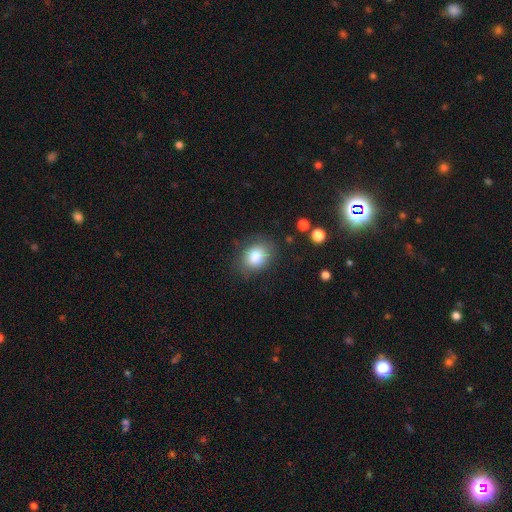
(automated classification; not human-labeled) A smooth galaxy with no disk features (81%) that is in between round and cigar-shaped (50%).

Vote fractions:
- Smooth or featured? smooth: 81% / featured or disk: 10% / star or artifact: 9%
- How rounded? in between: 50% / round: 49% / cigar-shaped: 1%
- Merging? none: 76% / minor disturbance: 17% / major disturbance: 5% / merger: 2%